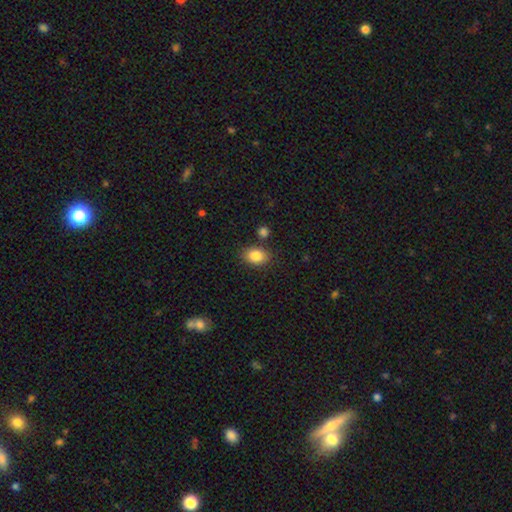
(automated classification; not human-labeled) Smooth or featured: smooth — 85% (star or artifact — 9%)
How rounded: in between — 71% (round — 28%)
Merging: none — 79% (minor disturbance — 12%)